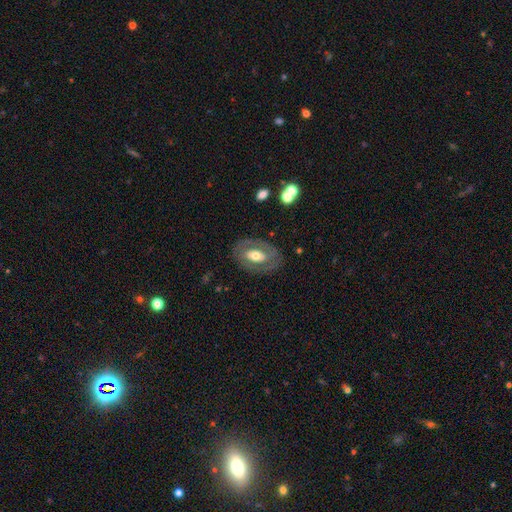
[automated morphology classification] This appears to be a featured or disk galaxy (57%) with no bar (66%), no spiral arms (70%) and a moderate central bulge (62%). Merging: none (78%).